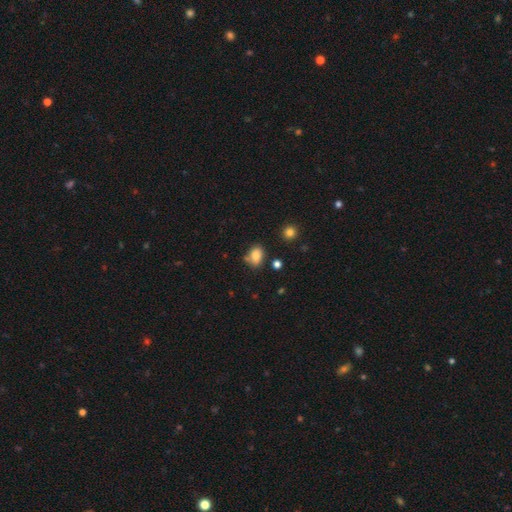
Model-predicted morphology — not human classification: Smooth or featured? smooth (82%)
How rounded? in between (71%)
Merging? none (66%)